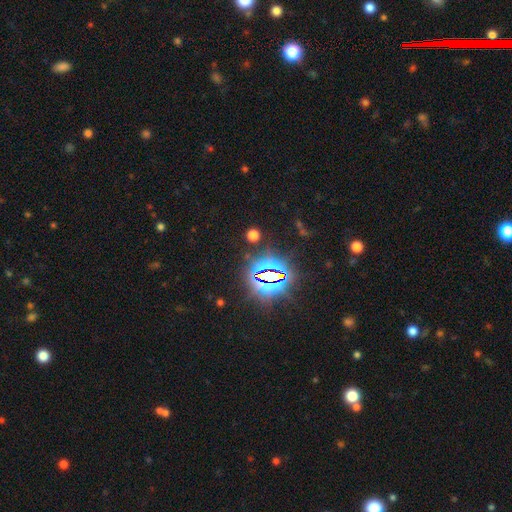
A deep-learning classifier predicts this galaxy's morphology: Smooth or featured?
  - star or artifact: 81% *
  - smooth: 11%
  - featured or disk: 8%